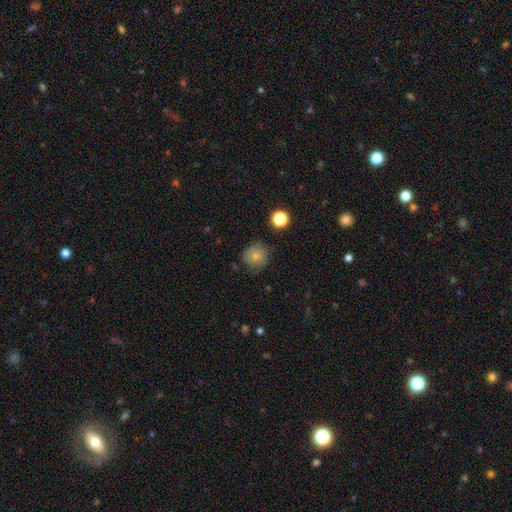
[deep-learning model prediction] Morphology: type=smooth (77%); roundness=round (89%); merging=none (75%).